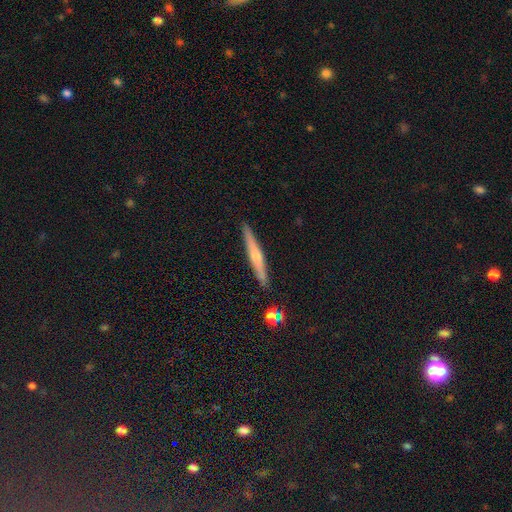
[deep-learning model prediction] smooth-or-featured: featured or disk: 56% | smooth: 37% | star or artifact: 7%
  disk-edge-on: yes: 97% | no: 3%
    edge-on-bulge: rounded: 66% | none: 28% | boxy: 6%
  merging: none: 90% | minor disturbance: 7% | merger: 2% | major disturbance: 1%